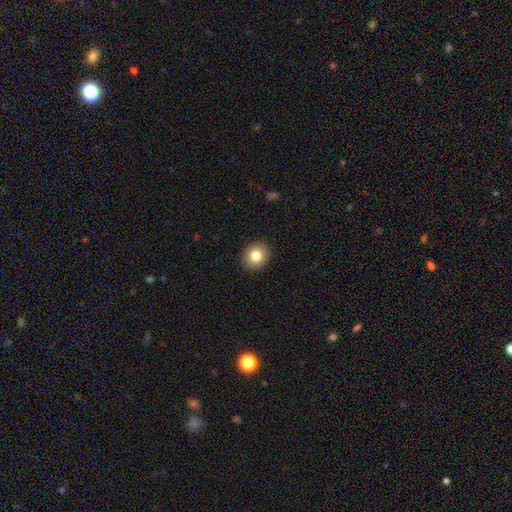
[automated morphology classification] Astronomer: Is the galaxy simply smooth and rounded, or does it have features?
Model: smooth — 81%.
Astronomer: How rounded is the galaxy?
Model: round — 68%.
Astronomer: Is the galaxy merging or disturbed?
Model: none — 90%.